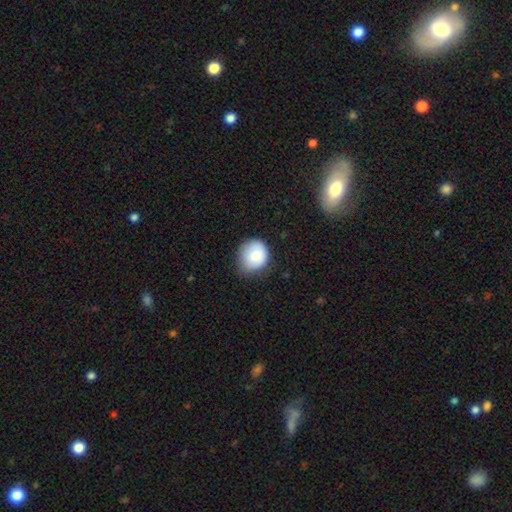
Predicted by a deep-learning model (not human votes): Smooth or featured? smooth (82%)
How rounded? round (70%)
Merging? none (62%)